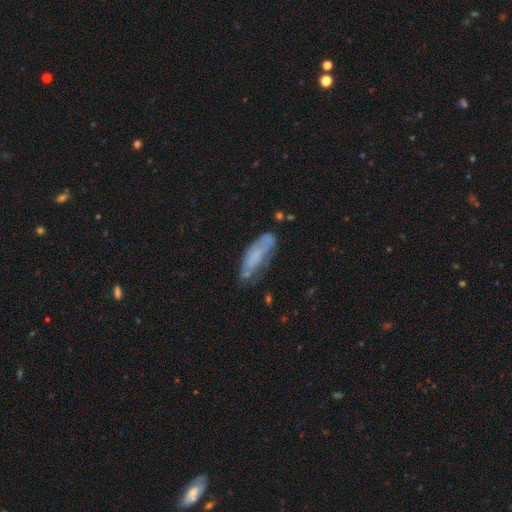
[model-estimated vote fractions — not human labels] Morphology: type=smooth (60%); roundness=in between (55%); merging=none (48%).